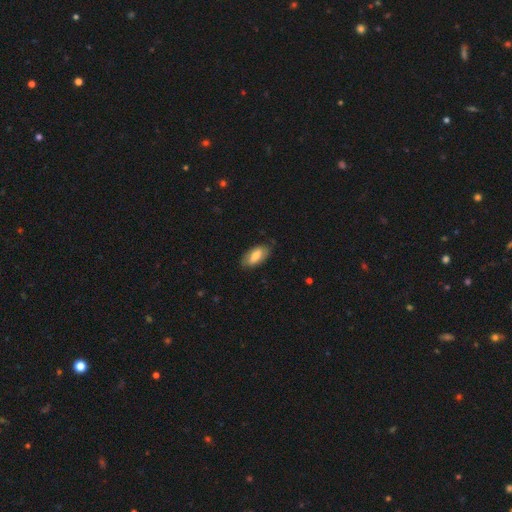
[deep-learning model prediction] Smooth or featured? Predicted: smooth (p=0.72). How rounded? Predicted: in between (p=0.89). Merging? Predicted: none (p=0.79).